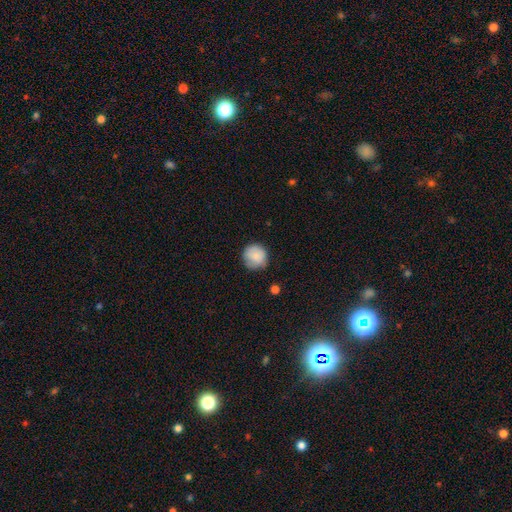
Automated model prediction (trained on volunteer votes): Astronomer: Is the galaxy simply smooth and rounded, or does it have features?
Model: smooth — 84%.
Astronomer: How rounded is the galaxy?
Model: round — 93%.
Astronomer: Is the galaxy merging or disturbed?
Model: none — 76%.